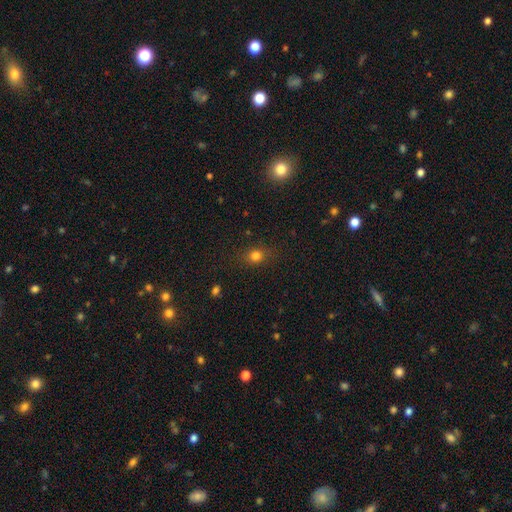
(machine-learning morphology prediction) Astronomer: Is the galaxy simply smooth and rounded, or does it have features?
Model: smooth — 78%.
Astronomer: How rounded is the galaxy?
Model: round — 60% (runner-up: in between, 37%).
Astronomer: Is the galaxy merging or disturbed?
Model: none — 82%.